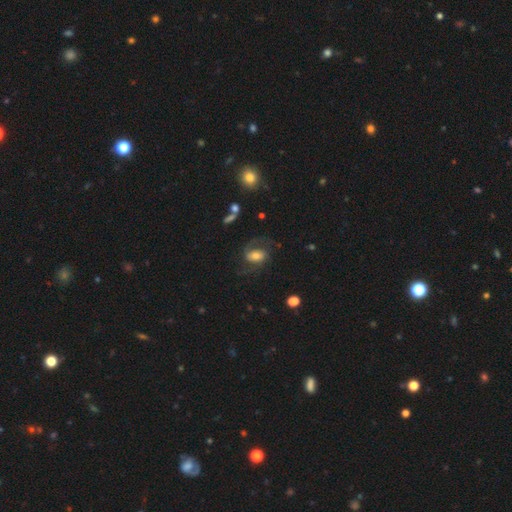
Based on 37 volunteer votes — Smooth or featured? 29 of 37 (78%) said featured or disk. Edge-on disk? 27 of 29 (93%) said no. Bar? 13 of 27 (48%) said no. Spiral arms? 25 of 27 (93%) said yes. Spiral winding? 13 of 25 (52%) said loose. Spiral arm count? 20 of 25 (80%) said 2. Bulge size? 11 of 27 (41%) said moderate. Merging? 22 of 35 (63%) said none.